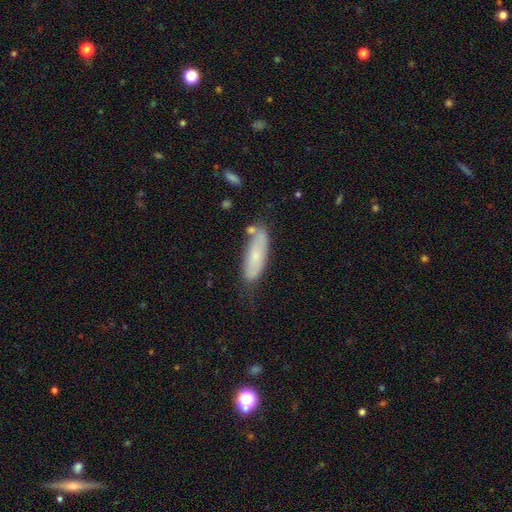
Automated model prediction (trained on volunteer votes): Morphology: type=smooth (65%); roundness=in between (51%); merging=none (60%).